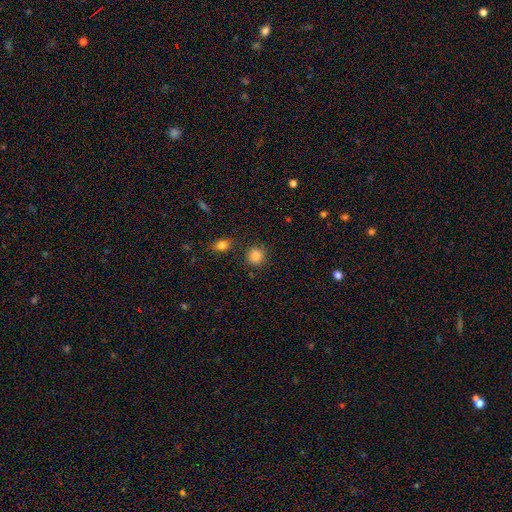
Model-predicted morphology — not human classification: Smooth or featured? Predicted: smooth (p=0.86). How rounded? Predicted: round (p=0.84). Merging? Predicted: none (p=0.84).